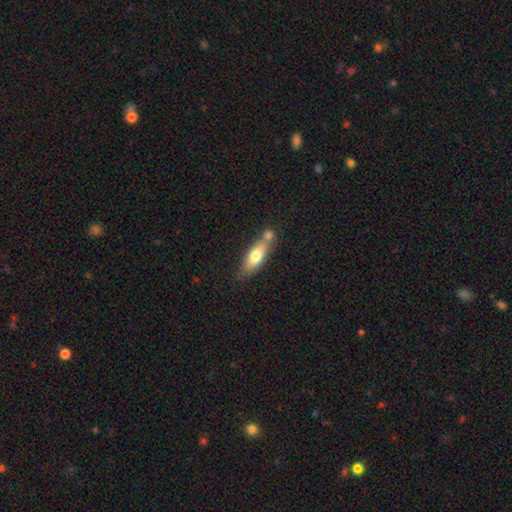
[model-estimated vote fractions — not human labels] A smooth galaxy with no disk features (65%) that is in between round and cigar-shaped (52%).

Vote fractions:
- Smooth or featured? smooth: 65% / featured or disk: 29% / star or artifact: 6%
- How rounded? in between: 52% / cigar-shaped: 45% / round: 3%
- Merging? none: 50% / merger: 30% / minor disturbance: 15% / major disturbance: 4%